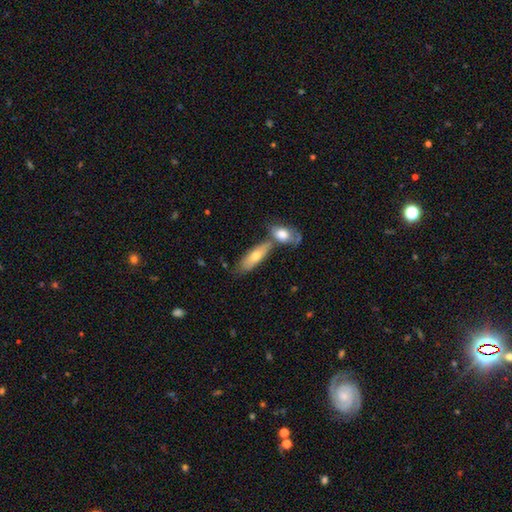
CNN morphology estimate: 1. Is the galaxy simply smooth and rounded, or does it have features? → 65% smooth, 30% featured or disk, 6% star or artifact.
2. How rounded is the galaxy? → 57% in between, 40% cigar-shaped, 3% round.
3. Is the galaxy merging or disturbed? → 48% none, 36% merger, 13% minor disturbance, 4% major disturbance.